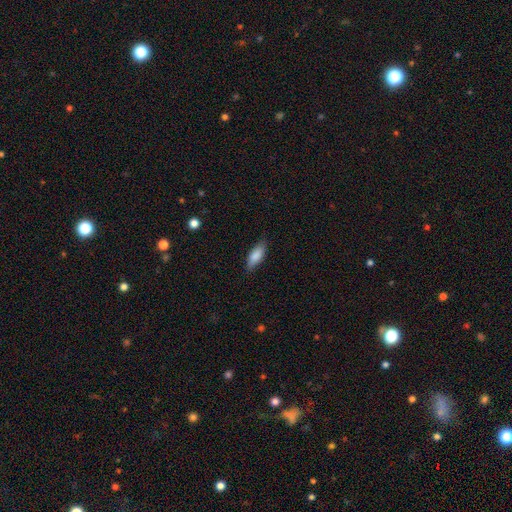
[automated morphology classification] type=smooth (85%); roundness=in between (76%); merging=none (81%).